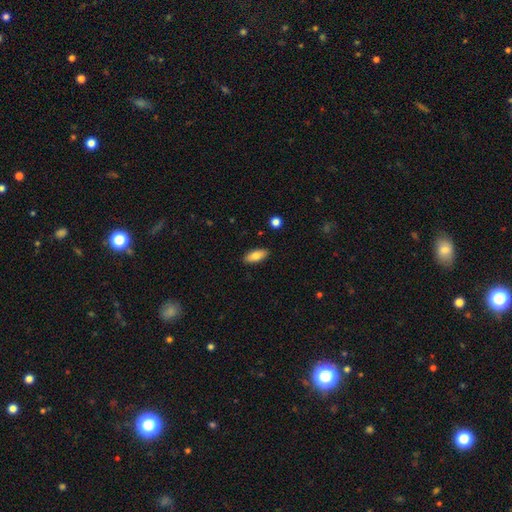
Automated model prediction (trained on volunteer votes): Q: Smooth or featured?
A: smooth (78%); runner-up: featured or disk (15%)
Q: How rounded?
A: in between (82%); runner-up: cigar-shaped (16%)
Q: Merging?
A: none (88%); runner-up: minor disturbance (9%)